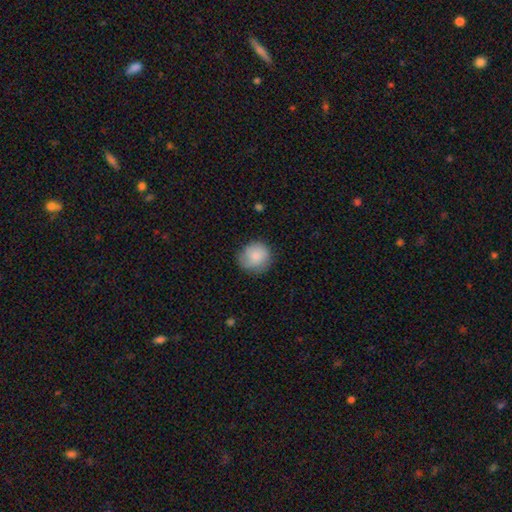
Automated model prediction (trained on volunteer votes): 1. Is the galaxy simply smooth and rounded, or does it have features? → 83% smooth, 10% featured or disk, 7% star or artifact.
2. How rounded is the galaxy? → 89% round, 10% in between, 1% cigar-shaped.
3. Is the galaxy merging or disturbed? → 75% none, 19% minor disturbance, 5% major disturbance, 1% merger.